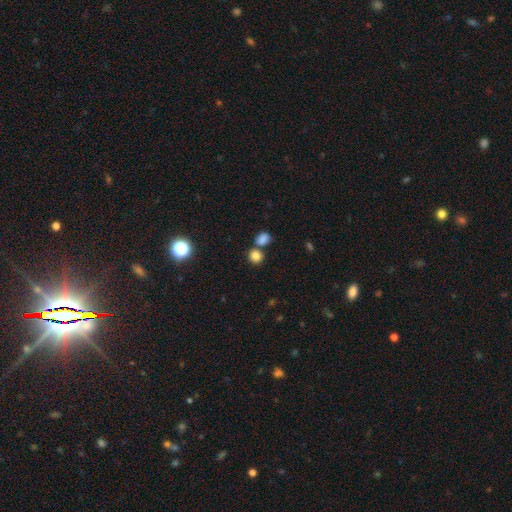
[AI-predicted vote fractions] Morphology: type=smooth (81%); roundness=round (79%); merging=none (62%).